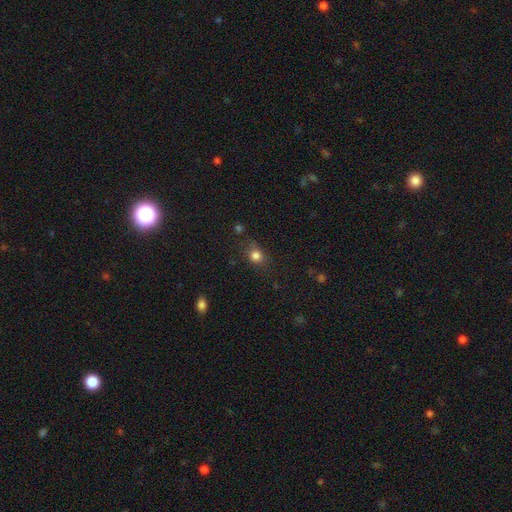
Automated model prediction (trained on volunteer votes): smooth-or-featured: smooth: 81% | star or artifact: 13% | featured or disk: 7%
  how-rounded: round: 64% | in between: 34% | cigar-shaped: 2%
  merging: none: 72% | minor disturbance: 19% | major disturbance: 6% | merger: 3%